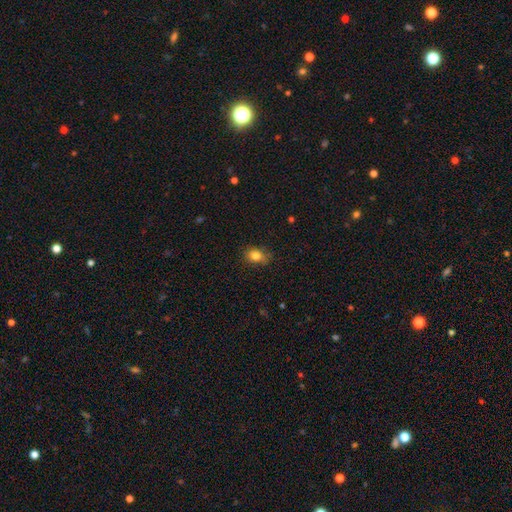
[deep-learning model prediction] A smooth galaxy with no disk features (82%) that is in between round and cigar-shaped (60%). Merging: none (74%).